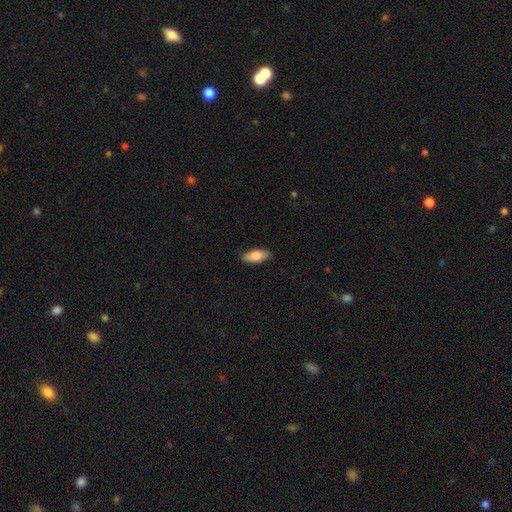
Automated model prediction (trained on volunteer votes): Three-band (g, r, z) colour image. It shows a smooth galaxy with no disk features (82%) that is in between round and cigar-shaped (83%). Merging: none (87%).